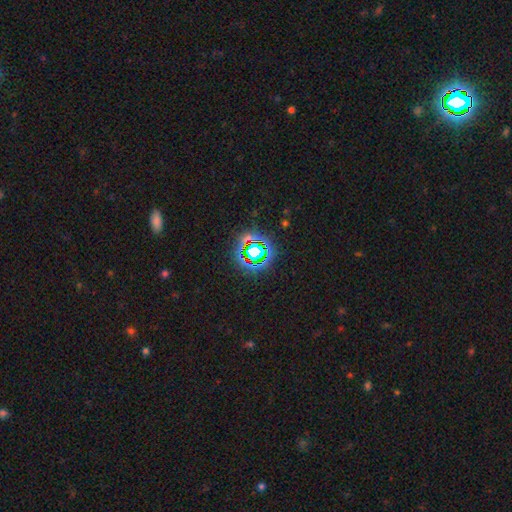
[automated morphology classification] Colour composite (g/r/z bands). It shows a star or artifact, not a galaxy (73%).